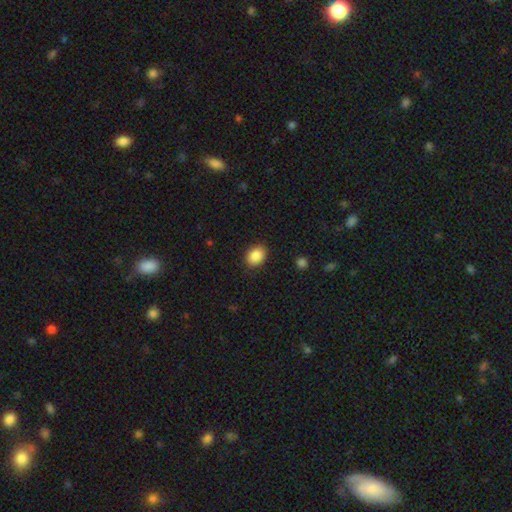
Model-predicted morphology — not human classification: The model was most divided on "how rounded": in between: 63%, round: 37%, cigar-shaped: 1%. More confident: smooth or featured — smooth (88%); merging — none (88%).